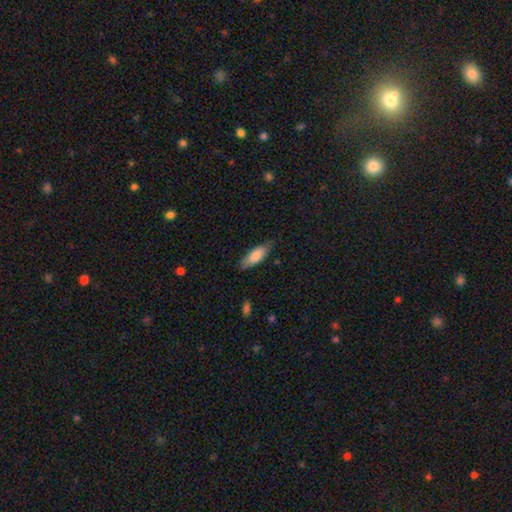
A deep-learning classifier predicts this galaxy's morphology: smooth_or_featured: smooth (p=0.81) [alt: featured or disk p=0.14]
how_rounded: in between (p=0.66) [alt: cigar-shaped p=0.32]
merging: none (p=0.75) [alt: minor disturbance p=0.20]